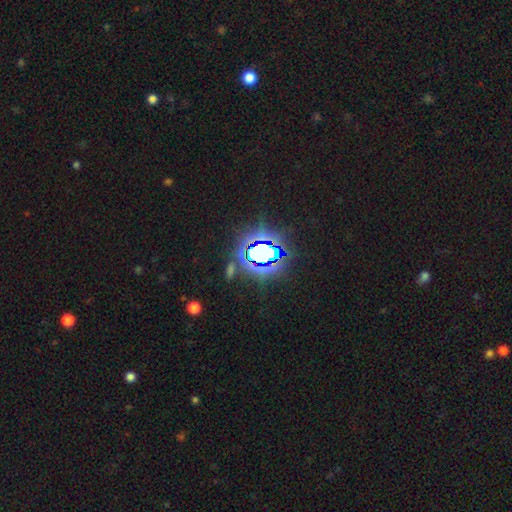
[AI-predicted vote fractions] The model was most divided on "smooth or featured": star or artifact: 75%, smooth: 14%, featured or disk: 11%.